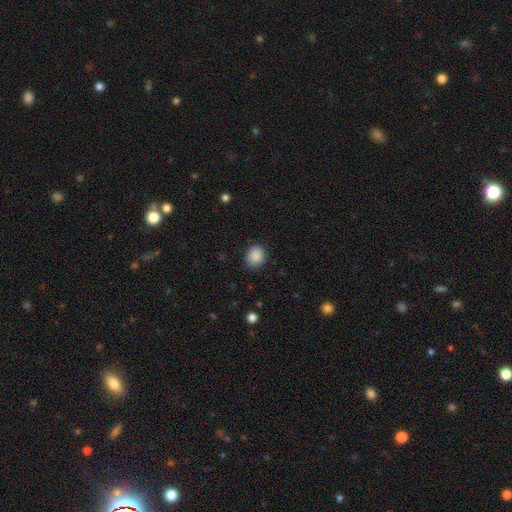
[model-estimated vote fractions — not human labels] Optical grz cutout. It shows a smooth galaxy with no disk features (88%) that is round (64%). Merging: none (85%).